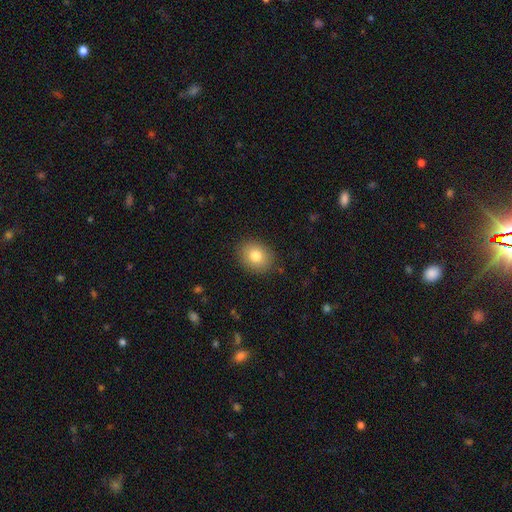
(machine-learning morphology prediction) Smooth or featured? smooth (81%)
How rounded? round (51%)
Merging? none (87%)